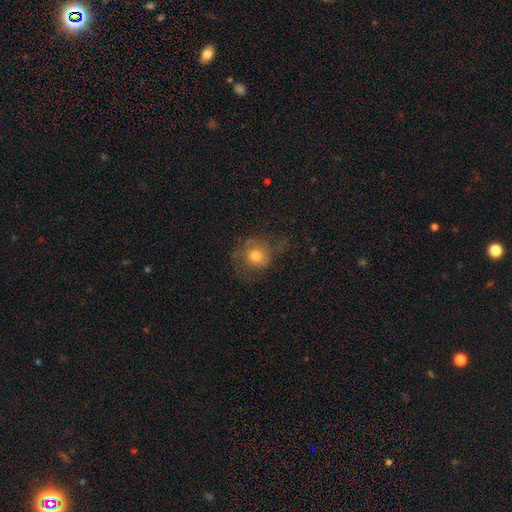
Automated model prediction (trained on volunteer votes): smooth 62%, featured or disk 26%, star or artifact 12%. Down the decision tree: how rounded — round (79%); merging — none (50%).